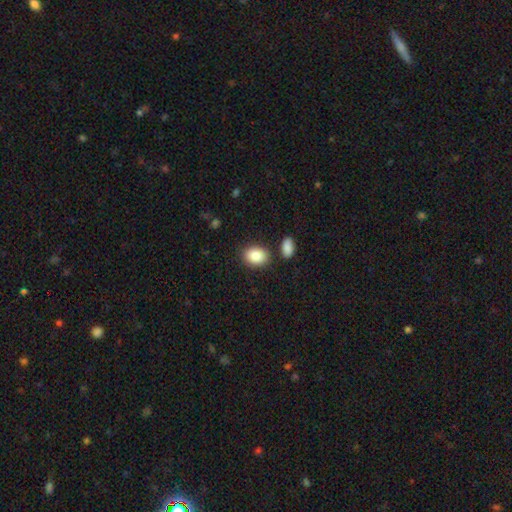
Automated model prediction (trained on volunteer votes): Overall: smooth (88%). How rounded: in between (73%). Merging: none (80%).